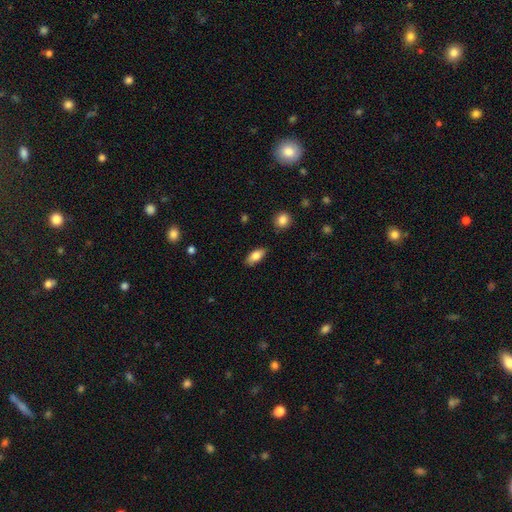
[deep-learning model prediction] This is likely a smooth galaxy (79%). How rounded: clearly in between (86%). Merging: clearly none (83%).